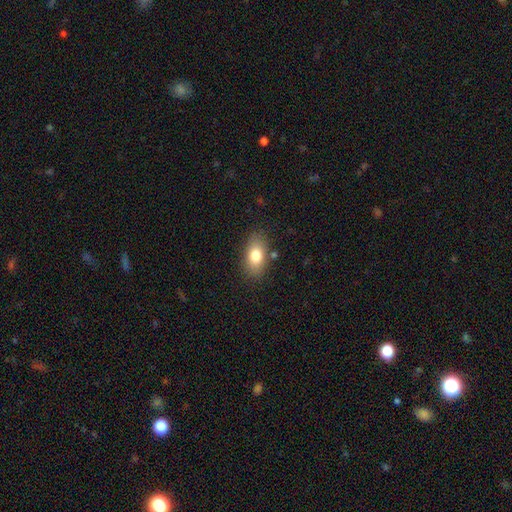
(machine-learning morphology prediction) type=smooth (78%); roundness=in between (88%); merging=none (81%).